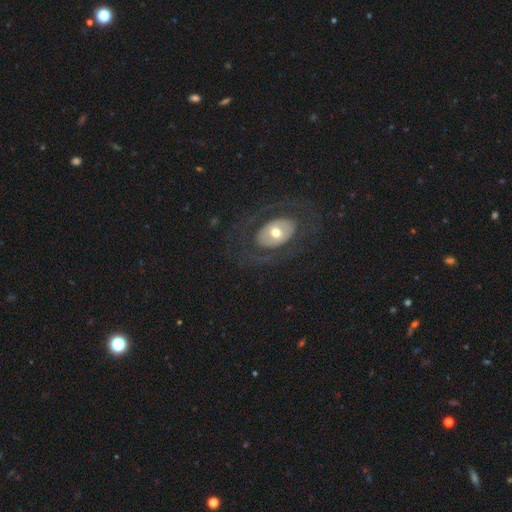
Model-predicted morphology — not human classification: type=featured or disk (56%); edge-on=no (93%); bar=no (68%); spiral arms=yes (55%); bulge=moderate (54%); merging=none (82%).